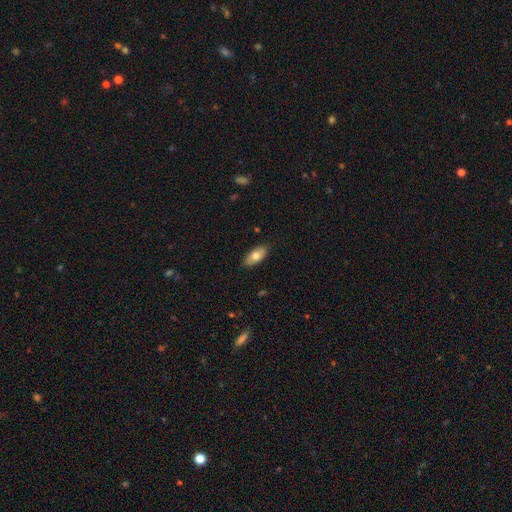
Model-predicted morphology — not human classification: smooth-or-featured: smooth: 74% | featured or disk: 19% | star or artifact: 6%
  how-rounded: in between: 88% | cigar-shaped: 9% | round: 3%
  merging: none: 86% | minor disturbance: 11% | major disturbance: 2% | merger: 1%